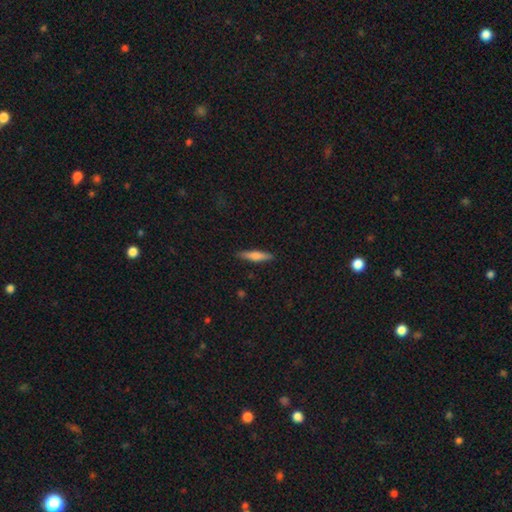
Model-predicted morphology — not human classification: The model was most divided on "smooth or featured": smooth: 66%, featured or disk: 28%, star or artifact: 6%. More confident: merging — none (89%); how rounded — cigar-shaped (84%).